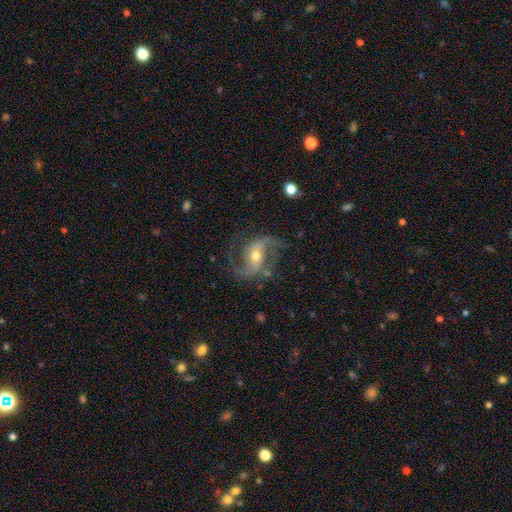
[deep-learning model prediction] Overall: featured or disk (91%). Edge-on disk: no (98%). Bar: weak (42%; no 32%). Spiral arms: yes (97%). Spiral arm count: 2 (93%). Spiral winding: medium (50%; loose 40%). Bulge size: moderate (61%; small 34%). Merging: none (74%).